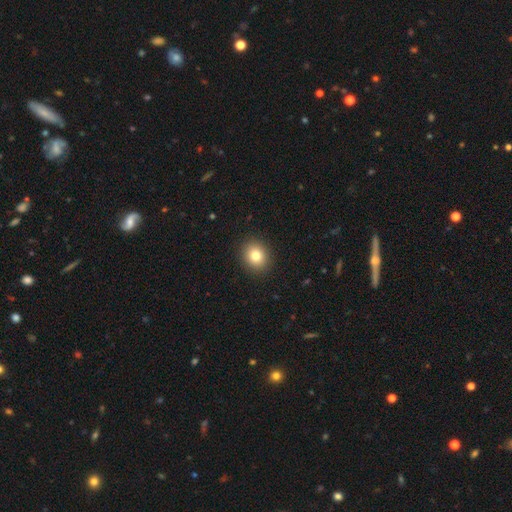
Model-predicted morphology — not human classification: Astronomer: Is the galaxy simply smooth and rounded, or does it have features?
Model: smooth — 81%.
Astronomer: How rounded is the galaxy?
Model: round — 75%.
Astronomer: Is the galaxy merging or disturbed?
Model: none — 91%.